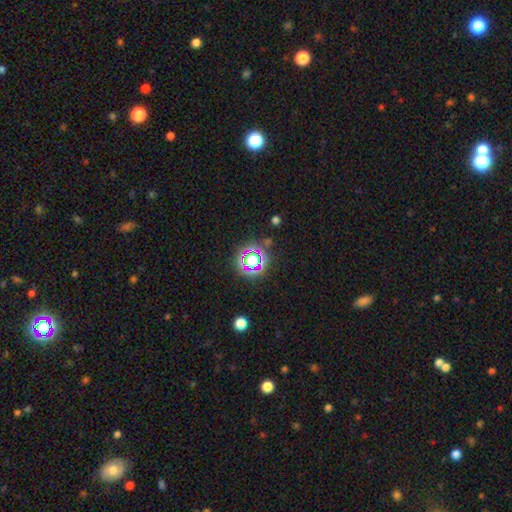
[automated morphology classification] Smooth or featured?
  - star or artifact: 60% *
  - smooth: 28%
  - featured or disk: 12%